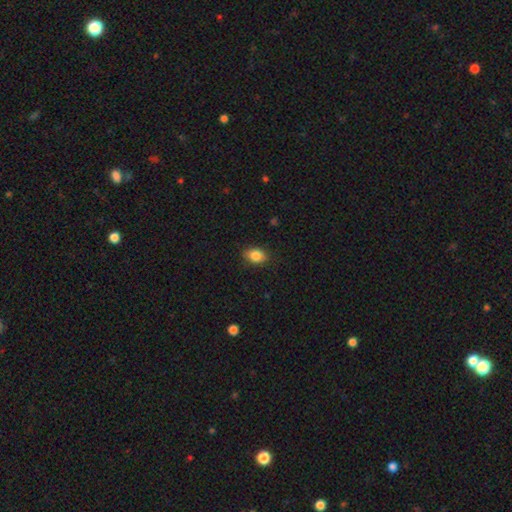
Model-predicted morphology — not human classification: This is clearly a smooth galaxy (86%). How rounded: likely in between (73%). Merging: clearly none (84%).